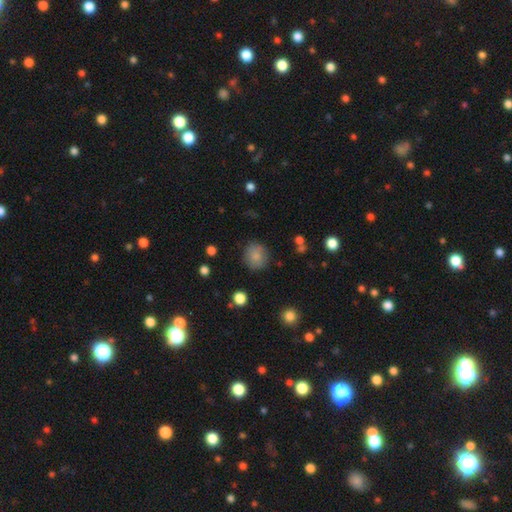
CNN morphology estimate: Overall: smooth (83%). How rounded: round (87%). Merging: none (83%).